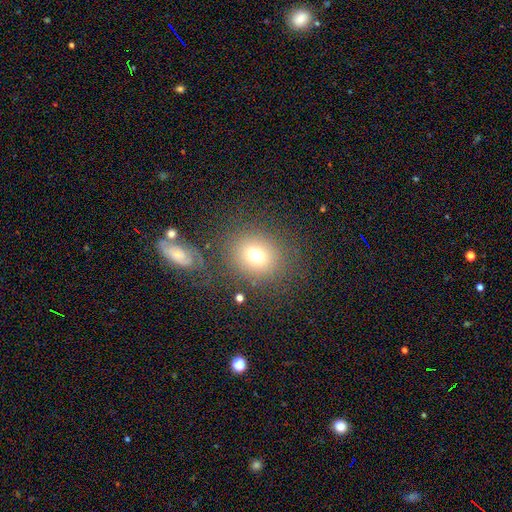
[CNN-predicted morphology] The model was most divided on "how rounded": round: 76%, in between: 23%, cigar-shaped: 1%. More confident: merging — none (78%); smooth or featured — smooth (73%).